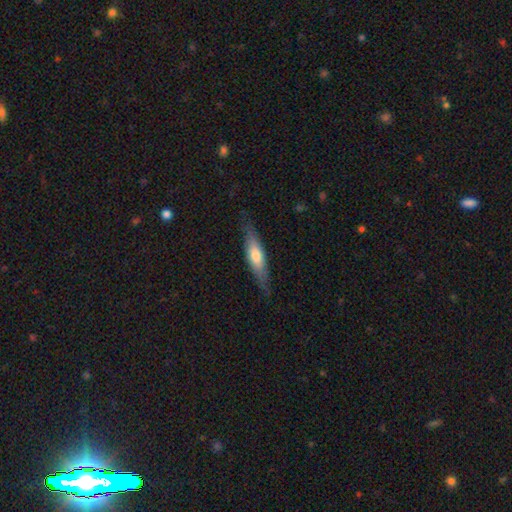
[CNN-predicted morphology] smooth-or-featured: smooth: 55% | featured or disk: 39% | star or artifact: 5%
  how-rounded: cigar-shaped: 68% | in between: 30% | round: 2%
  merging: none: 77% | minor disturbance: 18% | major disturbance: 4% | merger: 1%